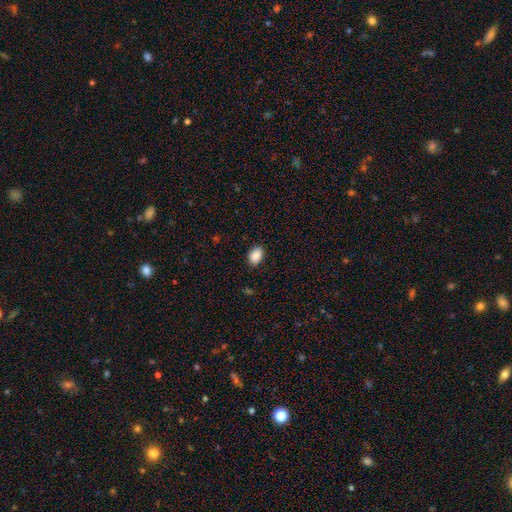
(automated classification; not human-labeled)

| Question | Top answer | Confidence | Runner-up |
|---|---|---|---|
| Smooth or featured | smooth | 90% | star or artifact (8%) |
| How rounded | in between | 80% | round (19%) |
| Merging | none | 88% | minor disturbance (9%) |